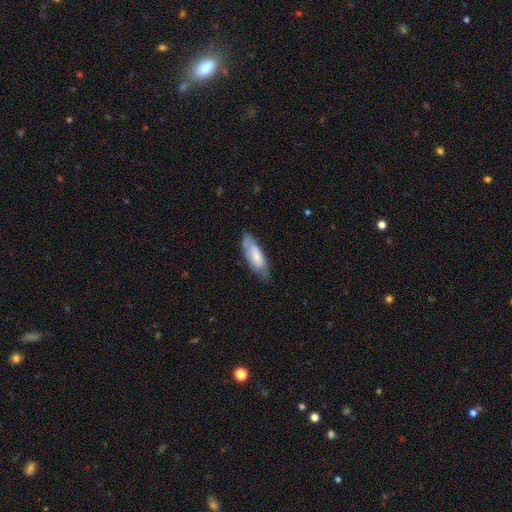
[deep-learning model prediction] This is likely a smooth galaxy (62%). How rounded: likely in between (62%). Merging: likely none (63%).